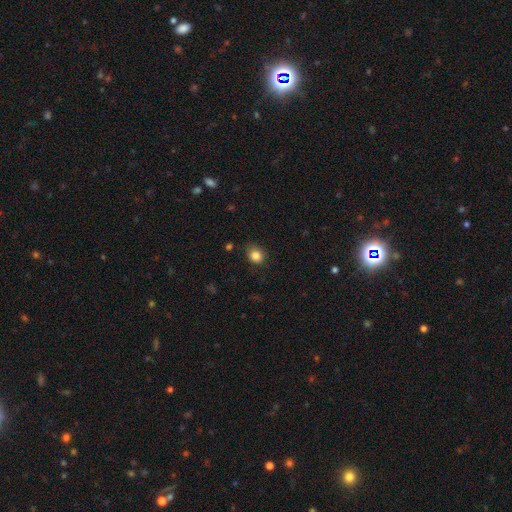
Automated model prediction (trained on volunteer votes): This is clearly a smooth galaxy (84%). How rounded: likely round (68%). Merging: likely none (80%).